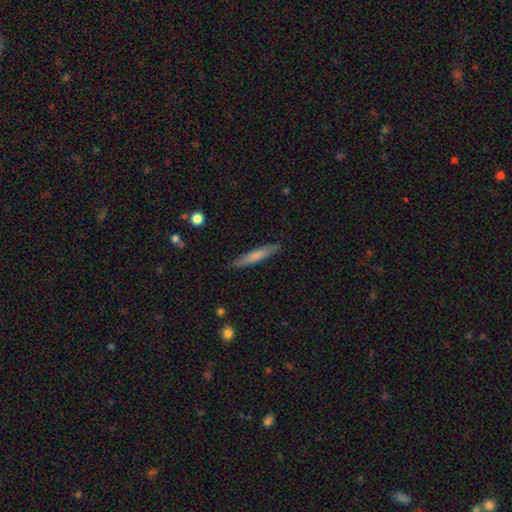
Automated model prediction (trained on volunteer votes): Smooth or featured: smooth — 69% (featured or disk — 26%)
How rounded: cigar-shaped — 93% (in between — 6%)
Merging: none — 88% (minor disturbance — 9%)